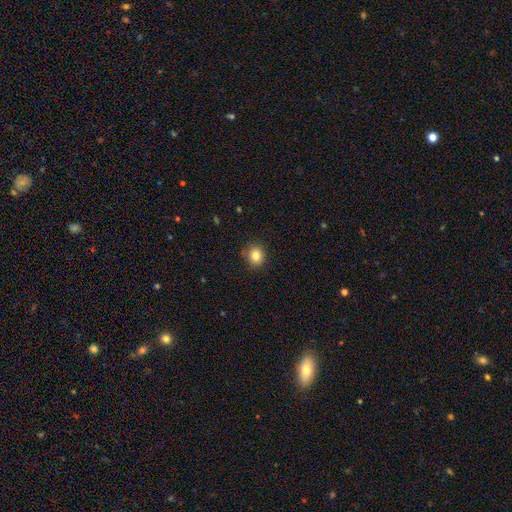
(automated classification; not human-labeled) The model was most divided on "how rounded": round: 76%, in between: 23%, cigar-shaped: 1%. More confident: merging — none (87%); smooth or featured — smooth (83%).